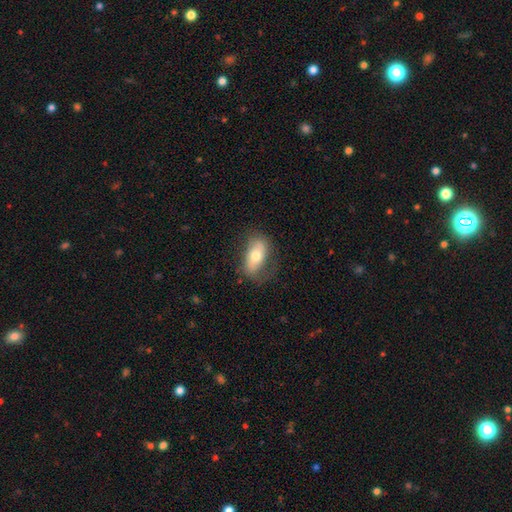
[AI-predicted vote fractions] The model was most divided on "smooth or featured": smooth: 61%, featured or disk: 33%, star or artifact: 7%. More confident: how rounded — in between (86%); merging — none (68%).